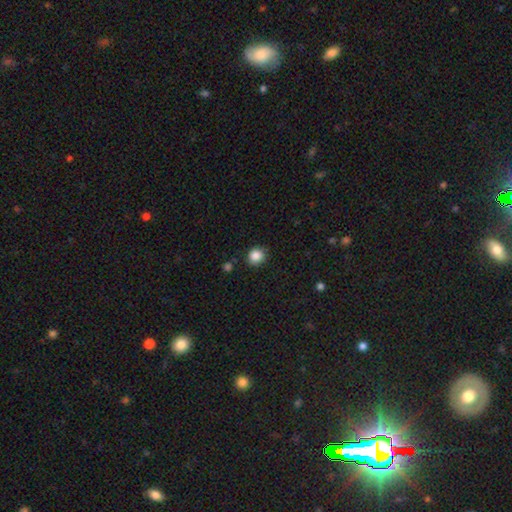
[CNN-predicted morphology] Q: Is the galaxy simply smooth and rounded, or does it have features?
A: smooth — 87%.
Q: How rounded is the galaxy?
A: round — 85%.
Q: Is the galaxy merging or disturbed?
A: none — 85%.